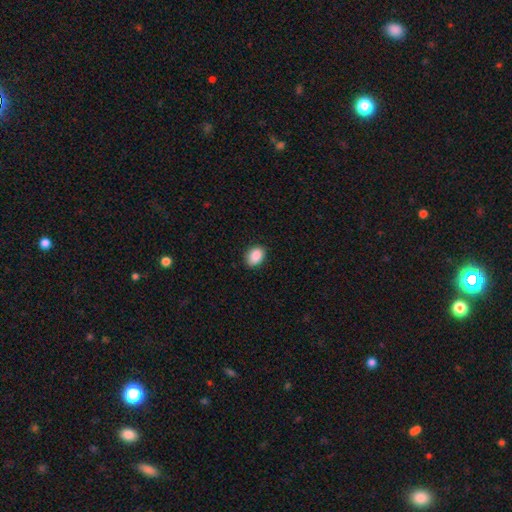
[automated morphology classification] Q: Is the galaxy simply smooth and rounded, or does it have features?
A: smooth — 90%.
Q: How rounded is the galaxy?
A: in between — 80%.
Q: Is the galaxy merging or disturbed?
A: none — 84%.